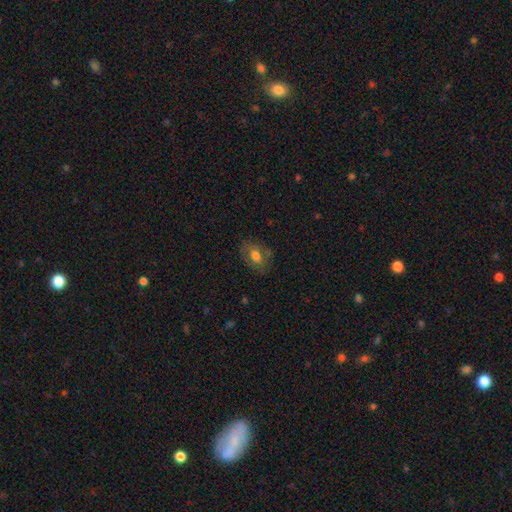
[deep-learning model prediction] Smooth or featured? smooth (63%)
How rounded? in between (74%)
Merging? none (74%)